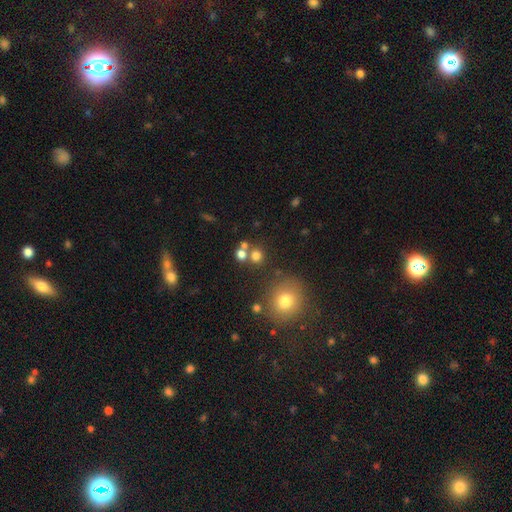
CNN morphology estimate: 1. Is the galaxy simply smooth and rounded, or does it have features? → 74% smooth, 17% star or artifact, 9% featured or disk.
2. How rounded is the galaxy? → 89% round, 10% in between, 1% cigar-shaped.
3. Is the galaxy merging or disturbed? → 67% none, 23% merger, 7% minor disturbance, 4% major disturbance.